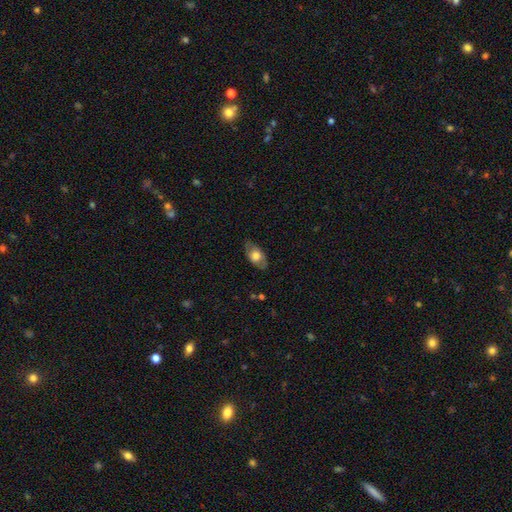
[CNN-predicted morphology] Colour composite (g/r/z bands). It shows a smooth galaxy with no disk features (54%) that is in between round and cigar-shaped (89%). Merging: none (77%).